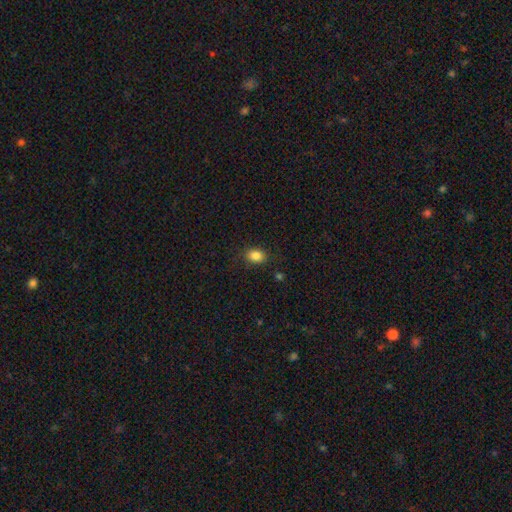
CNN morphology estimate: This appears to be a smooth galaxy with no disk features (85%) that is in between round and cigar-shaped (66%). Merging: none (84%).